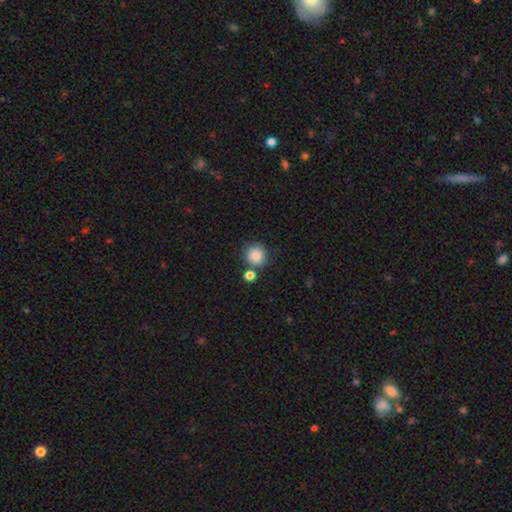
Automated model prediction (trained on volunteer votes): Smooth or featured? Predicted: smooth (p=0.86). How rounded? Predicted: round (p=0.89). Merging? Predicted: none (p=0.70).